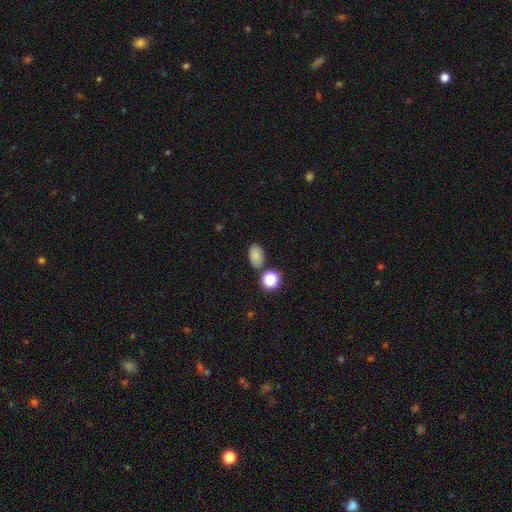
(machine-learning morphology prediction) smooth 80%, star or artifact 13%, featured or disk 7%. Down the decision tree: how rounded — in between (87%); merging — none (76%).